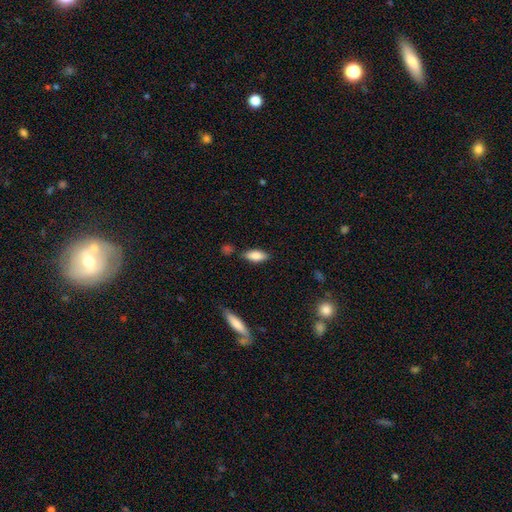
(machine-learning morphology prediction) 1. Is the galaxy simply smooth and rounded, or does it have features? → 82% smooth, 11% featured or disk, 7% star or artifact.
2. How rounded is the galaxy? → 78% in between, 20% cigar-shaped, 2% round.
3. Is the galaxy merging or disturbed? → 79% none, 14% minor disturbance, 4% merger, 3% major disturbance.